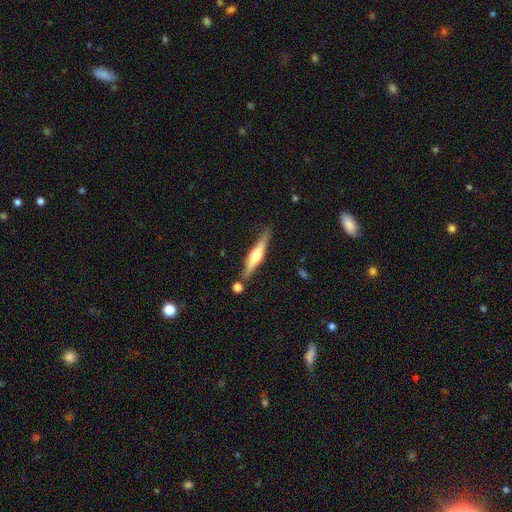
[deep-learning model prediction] smooth-or-featured: featured or disk: 58% | smooth: 37% | star or artifact: 6%
  disk-edge-on: yes: 95% | no: 5%
    edge-on-bulge: rounded: 88% | boxy: 7% | none: 5%
  merging: none: 78% | minor disturbance: 12% | merger: 7% | major disturbance: 3%